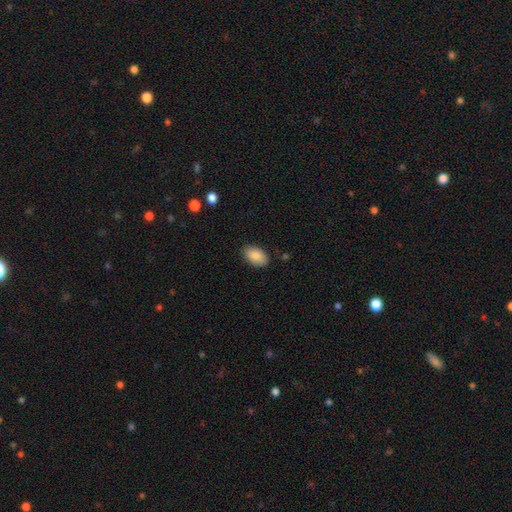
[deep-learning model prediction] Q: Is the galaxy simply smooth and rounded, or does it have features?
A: smooth — 88%.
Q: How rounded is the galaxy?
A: in between — 94%.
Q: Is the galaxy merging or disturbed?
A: none — 86%.